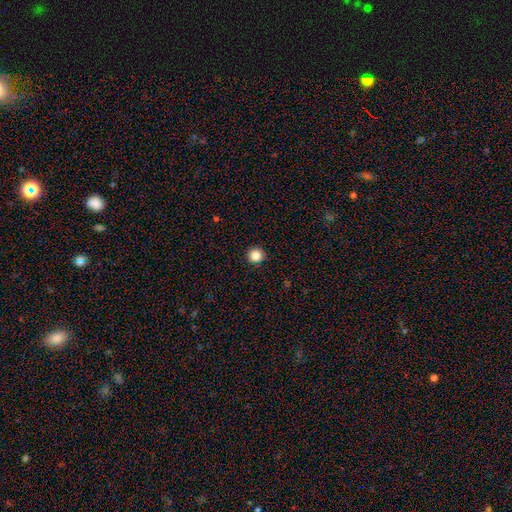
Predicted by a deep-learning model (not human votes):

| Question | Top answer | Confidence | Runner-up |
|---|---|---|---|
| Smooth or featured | smooth | 85% | star or artifact (10%) |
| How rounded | round | 95% | in between (4%) |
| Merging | none | 92% | minor disturbance (5%) |